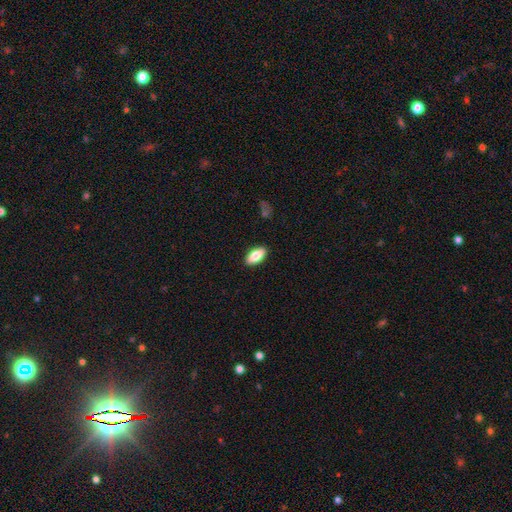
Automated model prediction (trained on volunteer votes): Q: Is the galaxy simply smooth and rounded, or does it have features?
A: smooth — 80%.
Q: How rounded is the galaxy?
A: in between — 88%.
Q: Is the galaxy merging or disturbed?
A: none — 90%.